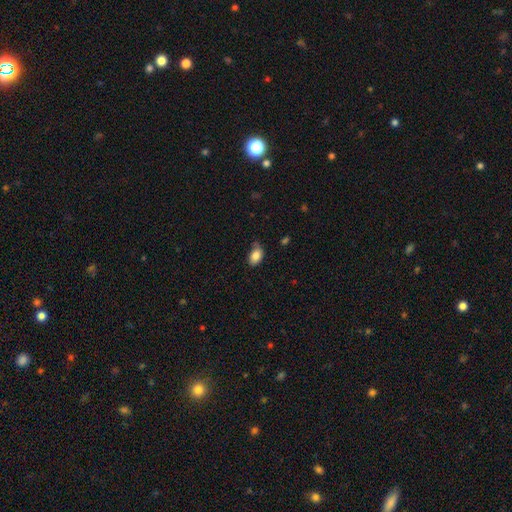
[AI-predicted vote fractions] Overall: smooth (86%). How rounded: in between (87%). Merging: none (63%; minor disturbance 29%).